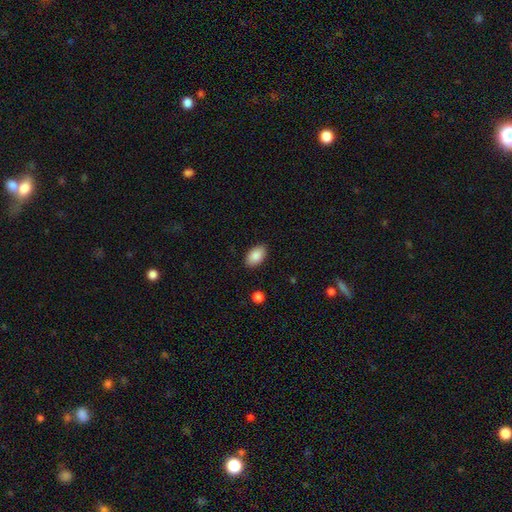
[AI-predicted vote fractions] The model was most divided on "merging": none: 88%, minor disturbance: 9%, major disturbance: 2%, merger: 1%. More confident: how rounded — in between (92%); smooth or featured — smooth (88%).